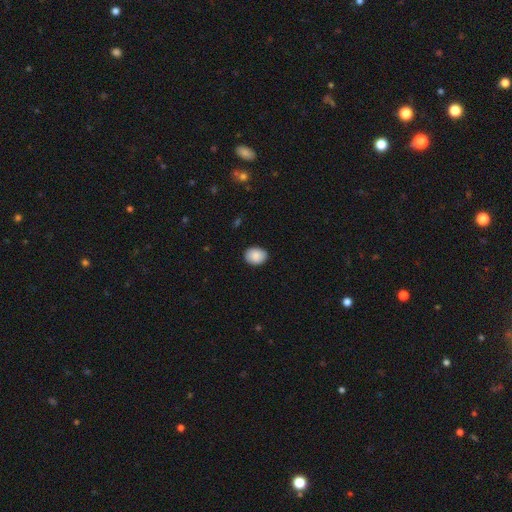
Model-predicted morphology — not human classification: Smooth or featured?
  - smooth: 89% *
  - star or artifact: 7%
  - featured or disk: 4%
How rounded?
  - in between: 52% *
  - round: 47%
  - cigar-shaped: 1%
Merging?
  - none: 87% *
  - minor disturbance: 10%
  - major disturbance: 2%
  - merger: 1%